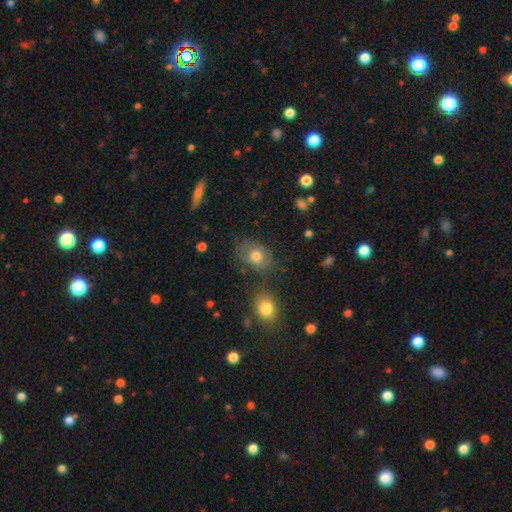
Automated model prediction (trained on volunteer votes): A smooth galaxy with no disk features (69%) that is in between round and cigar-shaped (69%).

Vote fractions:
- Smooth or featured? smooth: 69% / featured or disk: 20% / star or artifact: 11%
- How rounded? in between: 69% / round: 29% / cigar-shaped: 1%
- Merging? none: 61% / minor disturbance: 22% / major disturbance: 10% / merger: 8%